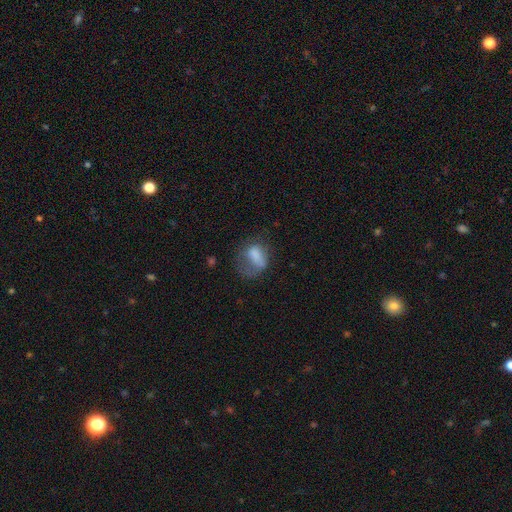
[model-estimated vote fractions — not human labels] smooth 67%, featured or disk 23%, star or artifact 11%. Down the decision tree: how rounded — in between (73%); merging — major disturbance (47%).